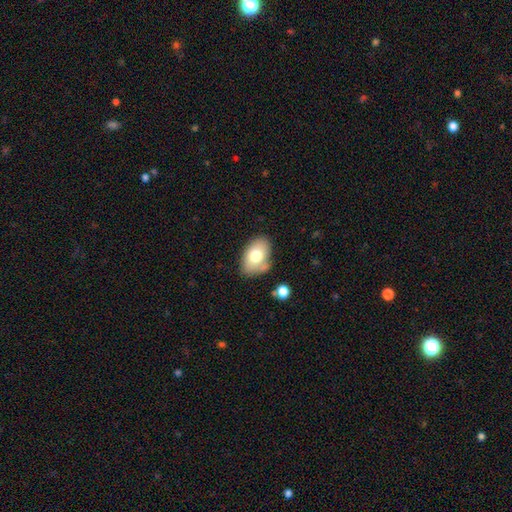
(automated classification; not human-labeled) This is likely a smooth galaxy (73%). How rounded: clearly in between (87%). Merging: likely none (64%).